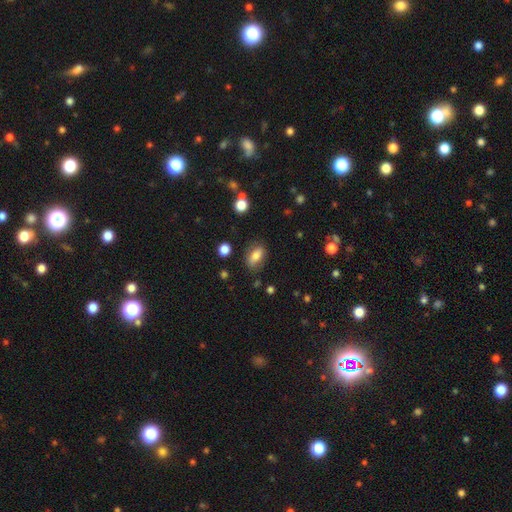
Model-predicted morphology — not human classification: This appears to be a smooth galaxy with no disk features (76%) that is in between round and cigar-shaped (84%). Merging: none (78%).